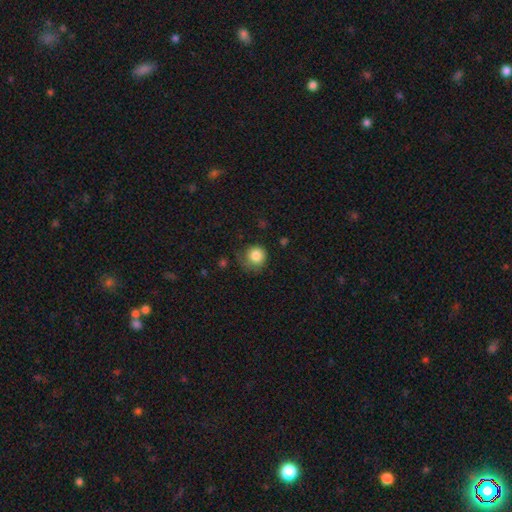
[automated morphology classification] This is clearly a smooth galaxy (84%). How rounded: clearly round (89%). Merging: possibly none (56%).